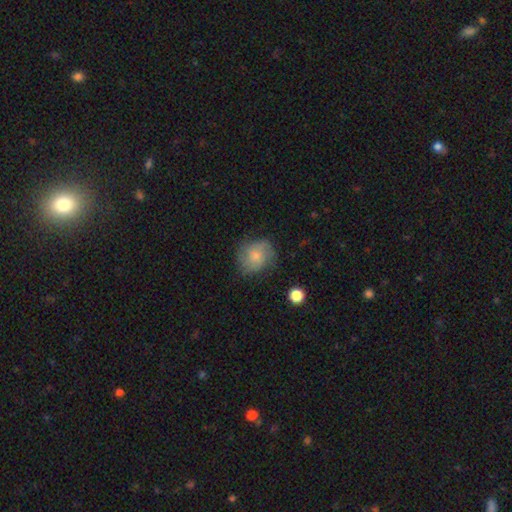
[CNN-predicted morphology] Q: Smooth or featured?
A: smooth (59%); runner-up: featured or disk (32%)
Q: How rounded?
A: round (73%); runner-up: in between (26%)
Q: Merging?
A: none (66%); runner-up: minor disturbance (23%)